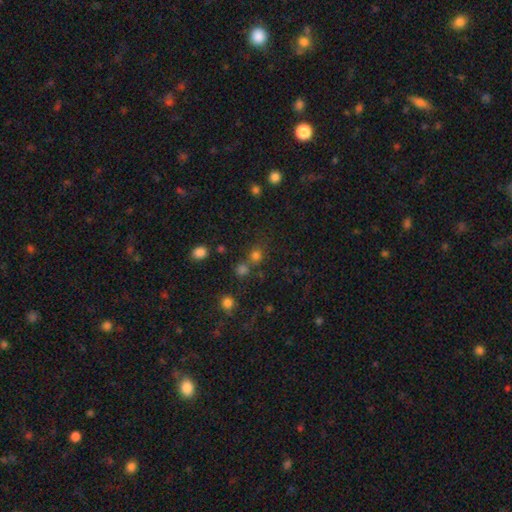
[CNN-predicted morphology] smooth_or_featured: smooth (p=0.71) [alt: star or artifact p=0.23]
how_rounded: round (p=0.85) [alt: in between p=0.14]
merging: none (p=0.65) [alt: merger p=0.21]